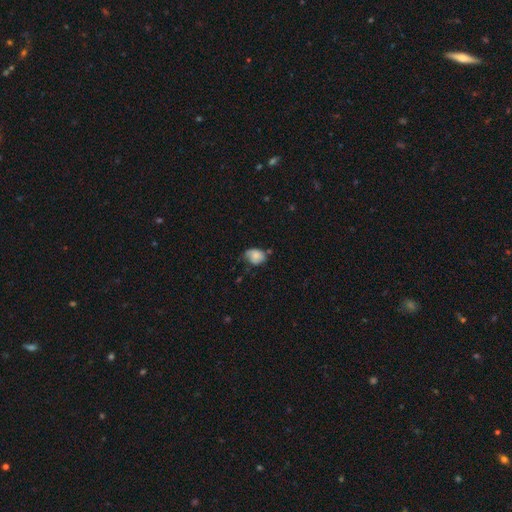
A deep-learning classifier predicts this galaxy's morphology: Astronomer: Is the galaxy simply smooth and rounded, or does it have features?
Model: smooth — 71%.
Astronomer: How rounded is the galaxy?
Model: in between — 62% (runner-up: round, 37%).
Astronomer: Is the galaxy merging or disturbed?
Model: none — 40%, tied with minor disturbance at 40%.